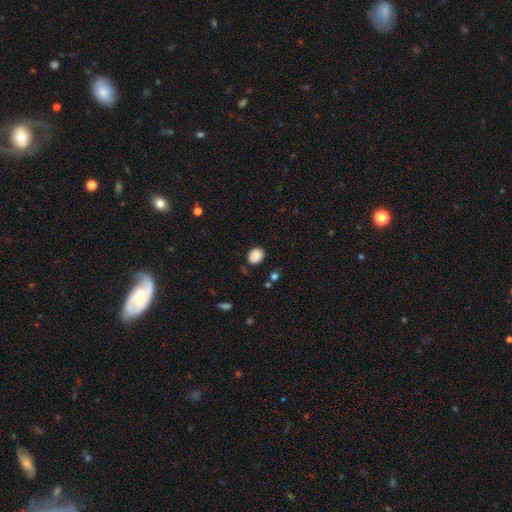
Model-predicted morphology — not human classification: Q: Smooth or featured?
A: smooth (87%); runner-up: star or artifact (9%)
Q: How rounded?
A: round (50%); tied with: in between (50%)
Q: Merging?
A: none (80%); runner-up: minor disturbance (14%)